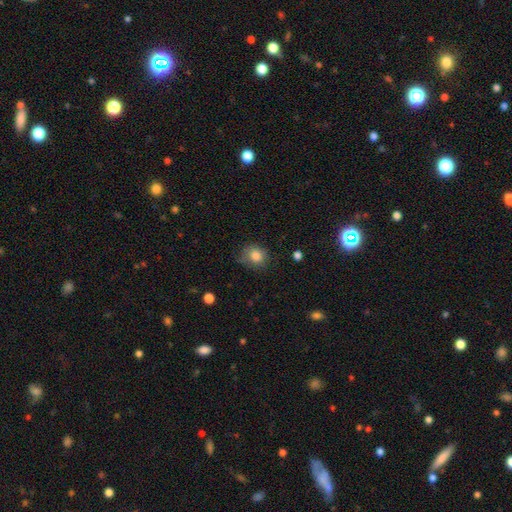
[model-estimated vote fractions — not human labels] This appears to be a smooth galaxy with no disk features (83%) that is round (69%). Merging: none (65%).